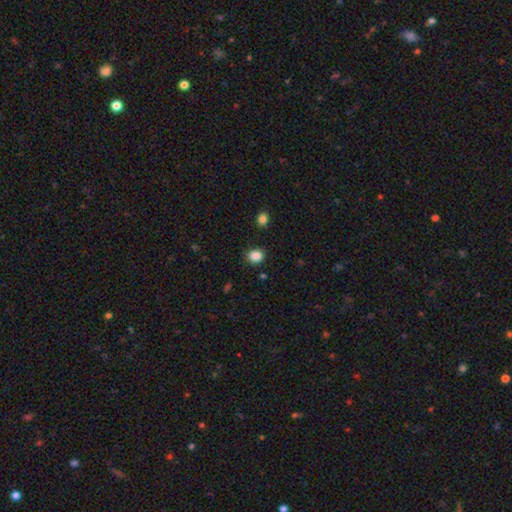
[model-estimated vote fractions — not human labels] Smooth or featured: smooth — 86% (star or artifact — 10%)
How rounded: round — 69% (in between — 30%)
Merging: none — 87% (minor disturbance — 9%)